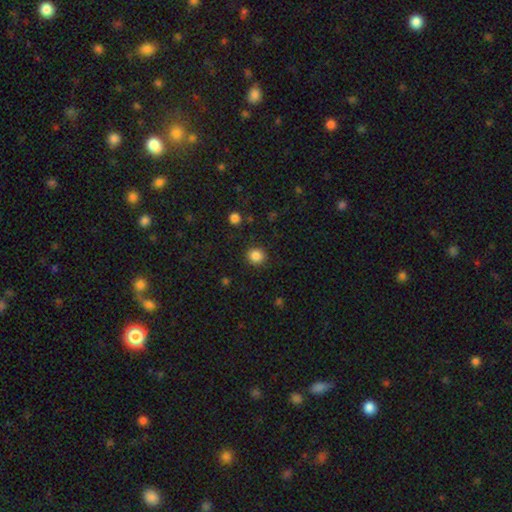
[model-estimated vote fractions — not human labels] Smooth or featured? Predicted: smooth (p=0.86). How rounded? Predicted: round (p=0.87). Merging? Predicted: none (p=0.90).